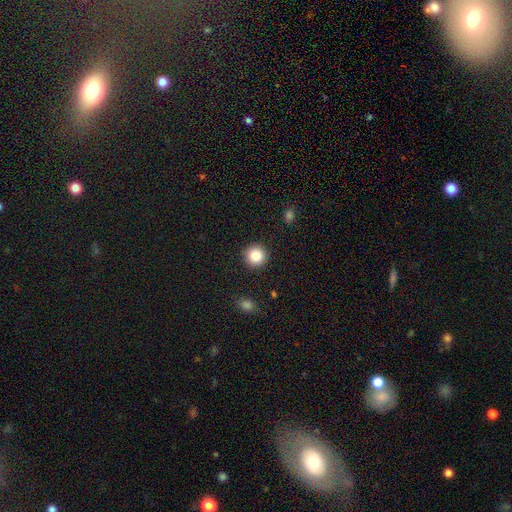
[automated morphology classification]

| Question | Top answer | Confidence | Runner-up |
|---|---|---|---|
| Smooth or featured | smooth | 83% | star or artifact (10%) |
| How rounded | round | 95% | in between (4%) |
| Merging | none | 92% | minor disturbance (5%) |